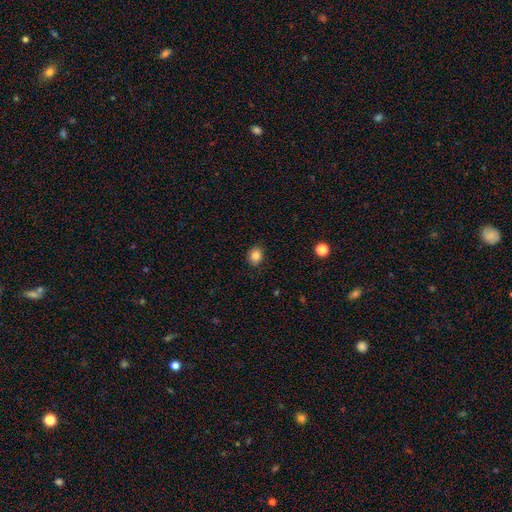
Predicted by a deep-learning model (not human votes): smooth_or_featured: smooth (p=0.84) [alt: star or artifact p=0.10]
how_rounded: round (p=0.60) [alt: in between p=0.39]
merging: none (p=0.89) [alt: minor disturbance p=0.08]